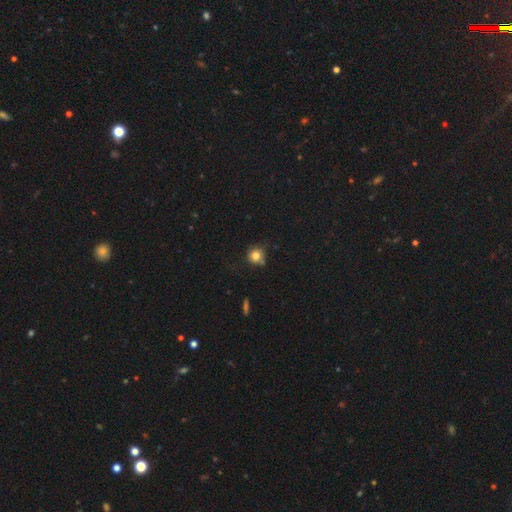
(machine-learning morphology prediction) smooth-or-featured: smooth: 81% | star or artifact: 12% | featured or disk: 8%
  how-rounded: round: 91% | in between: 8% | cigar-shaped: 1%
  merging: none: 70% | minor disturbance: 19% | merger: 6% | major disturbance: 4%